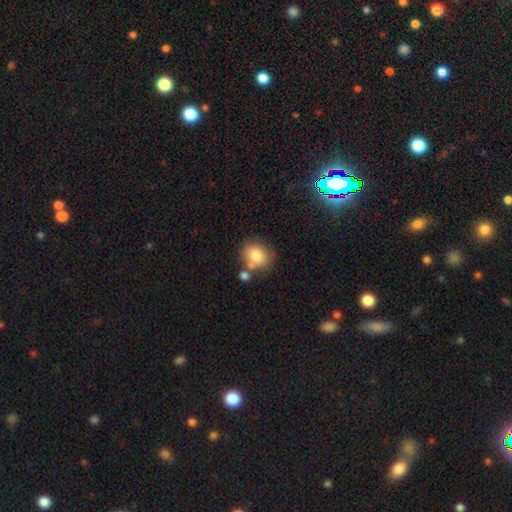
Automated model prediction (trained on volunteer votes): Smooth or featured: smooth — 80% (featured or disk — 11%)
How rounded: round — 69% (in between — 30%)
Merging: none — 60% (merger — 21%)